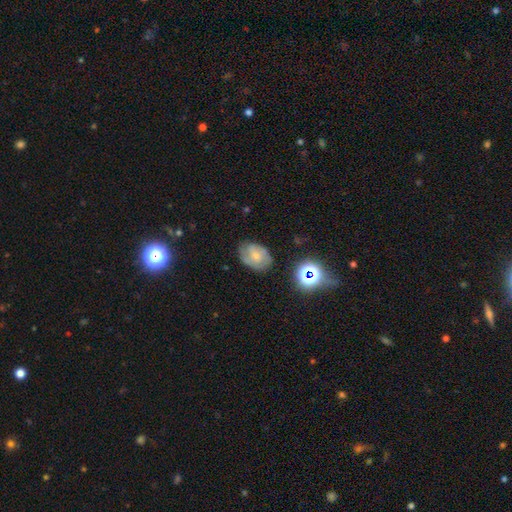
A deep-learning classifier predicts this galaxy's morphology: Smooth or featured?
  - featured or disk: 52% *
  - smooth: 37%
  - star or artifact: 11%
Edge-on disk?
  - no: 96% *
  - yes: 4%
Merging?
  - none: 66% *
  - minor disturbance: 24%
  - major disturbance: 8%
  - merger: 2%